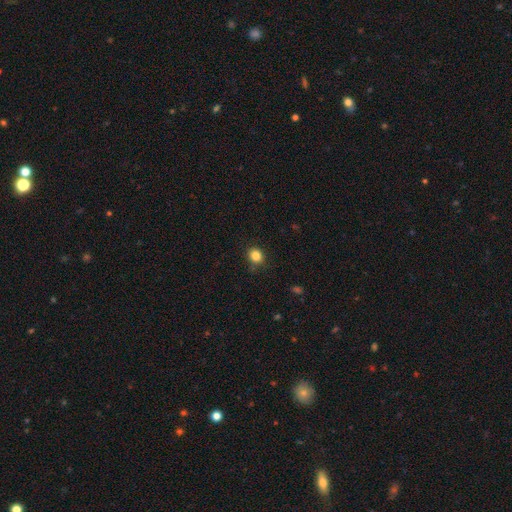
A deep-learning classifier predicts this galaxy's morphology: This appears to be a smooth galaxy with no disk features (84%) that is round (78%). Merging: none (85%).